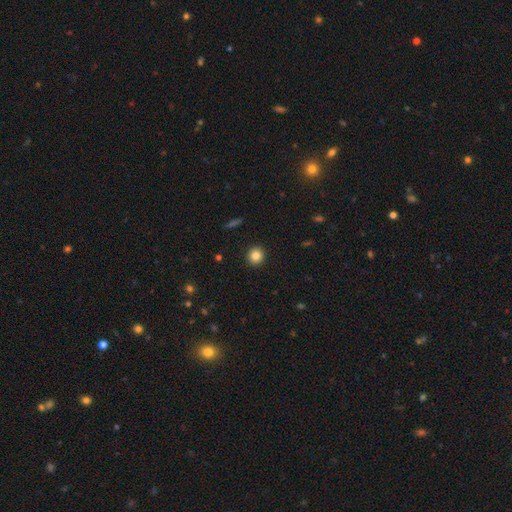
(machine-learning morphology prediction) This appears to be a smooth galaxy with no disk features (84%) that is round (89%). Merging: none (93%).